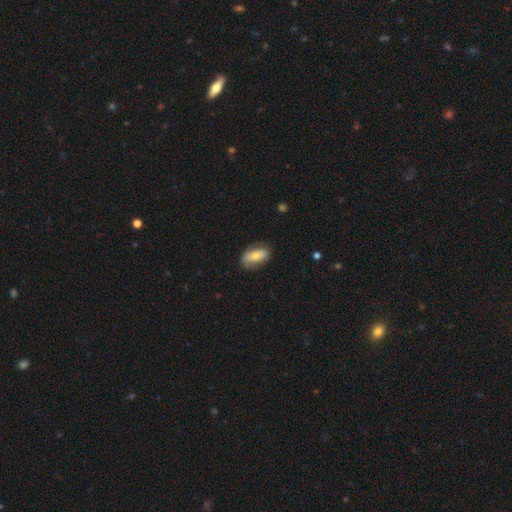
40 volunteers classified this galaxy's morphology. This appears to be a smooth galaxy with no disk features (57%) that is in between round and cigar-shaped (100%). Merging: none (85%).